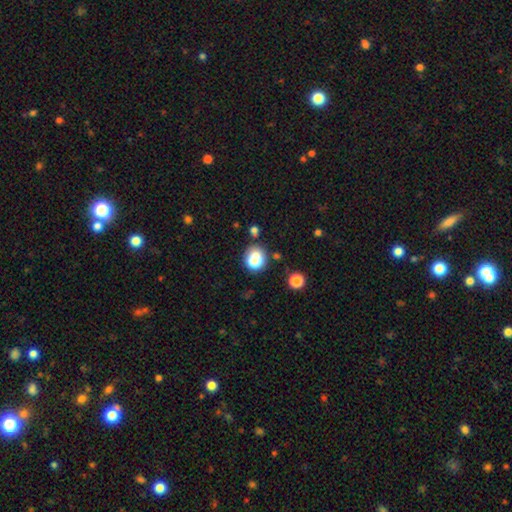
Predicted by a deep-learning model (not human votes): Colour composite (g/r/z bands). It shows a smooth galaxy with no disk features (75%) that is round (75%). Merging: none (62%).